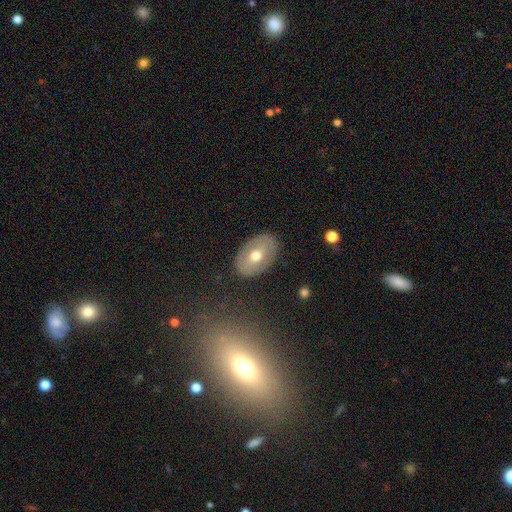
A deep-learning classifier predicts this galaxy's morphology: Smooth or featured? featured or disk (47%)
Merging? none (84%)